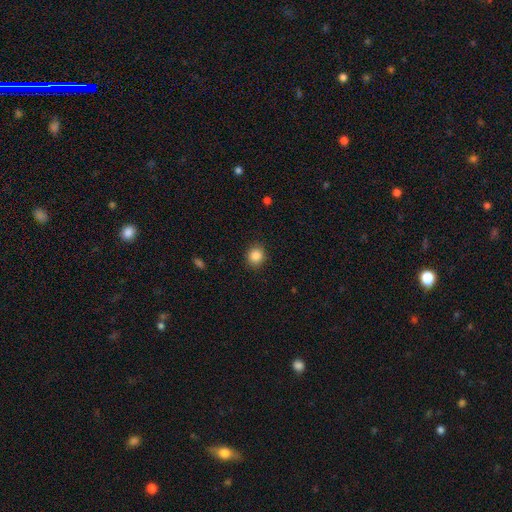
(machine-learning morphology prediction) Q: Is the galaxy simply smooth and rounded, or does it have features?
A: smooth — 86%.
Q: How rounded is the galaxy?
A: round — 77%.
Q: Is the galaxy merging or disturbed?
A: none — 89%.